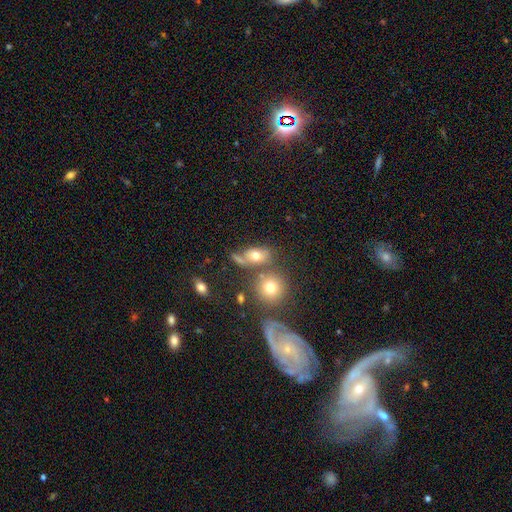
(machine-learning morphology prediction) The model was most divided on "merging": none: 50%, merger: 23%, minor disturbance: 17%, major disturbance: 11%. More confident: how rounded — in between (69%); smooth or featured — smooth (67%).